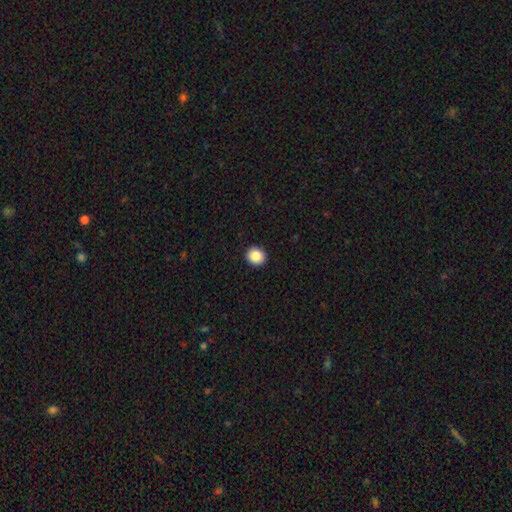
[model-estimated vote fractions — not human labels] This appears to be a smooth galaxy with no disk features (87%) that is round (86%). Merging: none (93%).